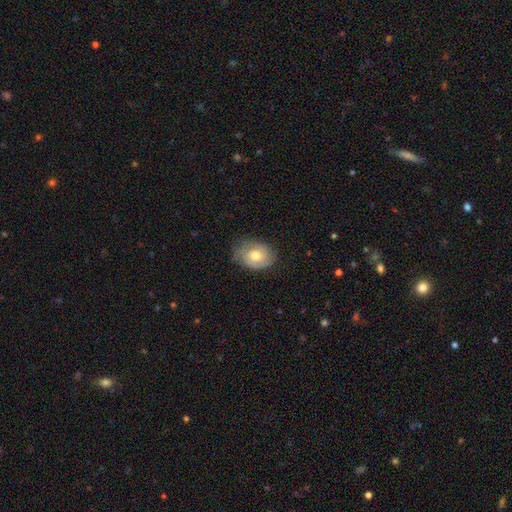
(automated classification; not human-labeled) Smooth or featured?
  - featured or disk: 48% *
  - smooth: 45%
  - star or artifact: 7%
Merging?
  - none: 66% *
  - minor disturbance: 25%
  - major disturbance: 7%
  - merger: 1%